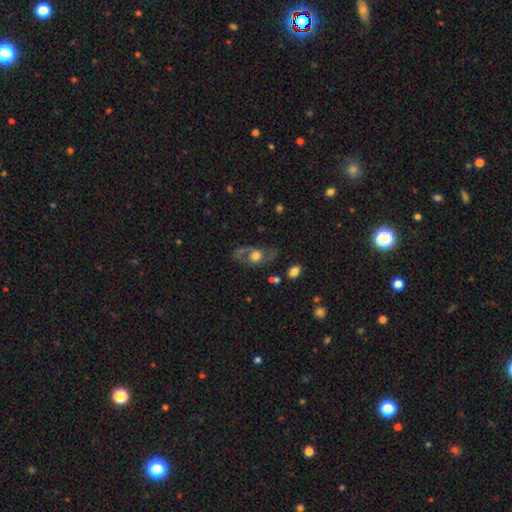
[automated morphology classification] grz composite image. It shows a featured or disk galaxy (57%). Merging: none (61%).